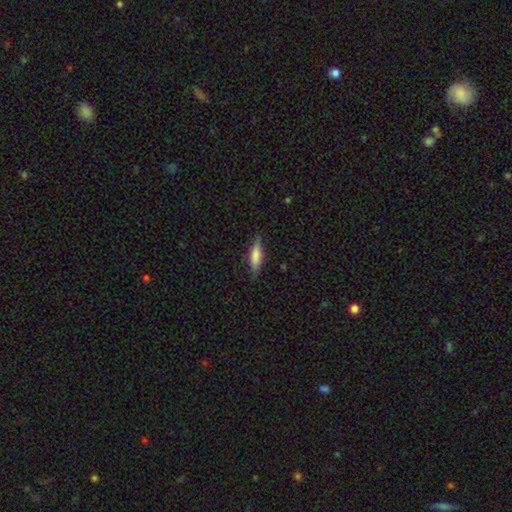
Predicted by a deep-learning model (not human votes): smooth-or-featured: smooth: 74% | featured or disk: 19% | star or artifact: 7%
  how-rounded: cigar-shaped: 58% | in between: 40% | round: 2%
  merging: none: 80% | minor disturbance: 15% | major disturbance: 3% | merger: 1%